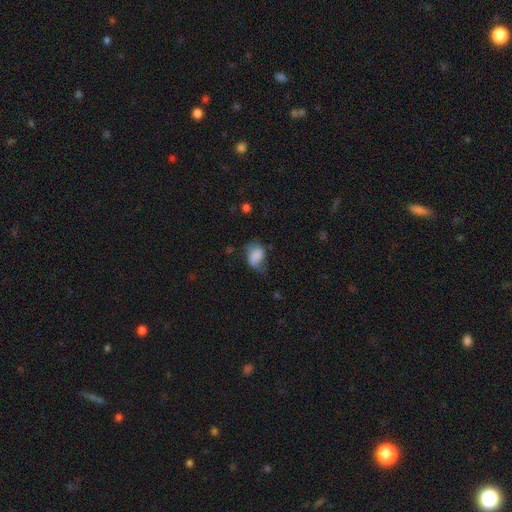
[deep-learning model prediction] smooth_or_featured: smooth (p=0.74) [alt: featured or disk p=0.17]
how_rounded: in between (p=0.75) [alt: round p=0.23]
merging: minor disturbance (p=0.36) [alt: none p=0.35]